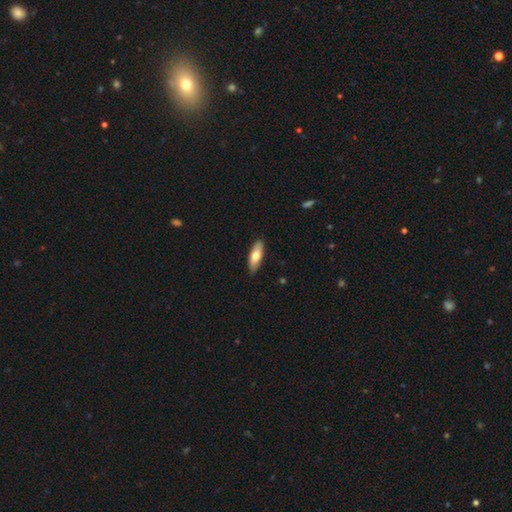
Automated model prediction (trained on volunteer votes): A smooth galaxy with no disk features (70%) that is in between round and cigar-shaped (63%). Merging: none (87%).